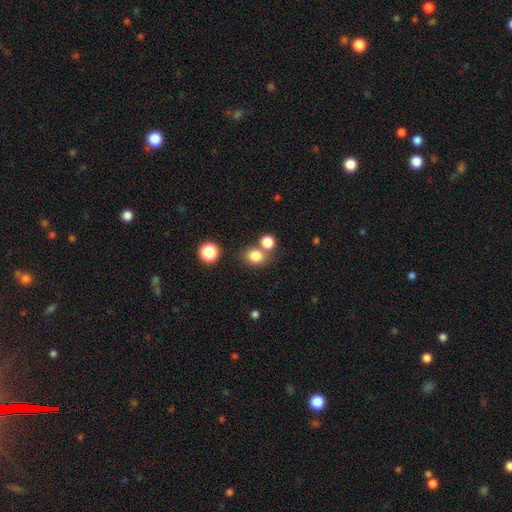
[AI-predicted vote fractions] smooth-or-featured: smooth: 81% | star or artifact: 13% | featured or disk: 6%
  how-rounded: round: 65% | in between: 34% | cigar-shaped: 1%
  merging: none: 63% | merger: 24% | minor disturbance: 9% | major disturbance: 4%